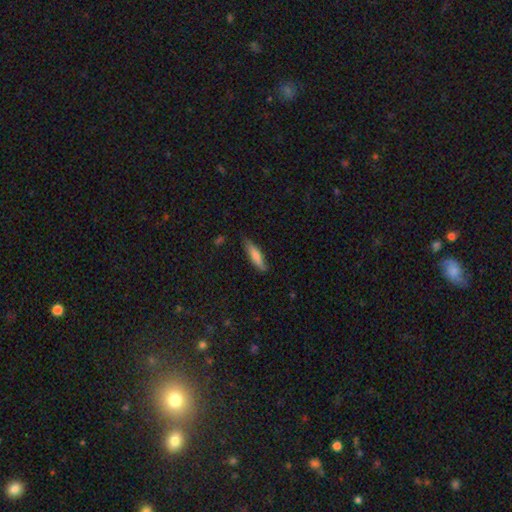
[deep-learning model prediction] A smooth galaxy with no disk features (77%) that is cigar-shaped (69%). Merging: none (79%).